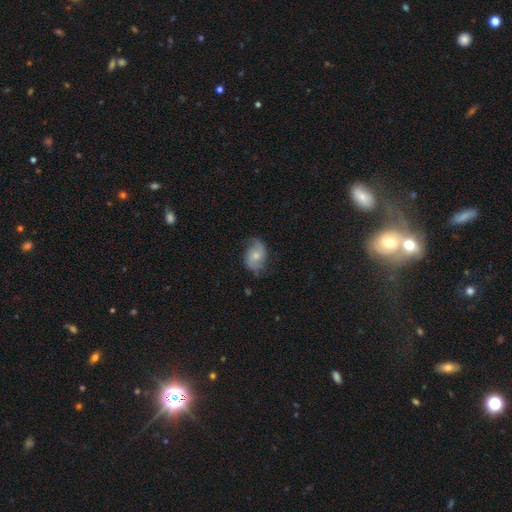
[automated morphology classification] smooth-or-featured: featured or disk: 60% | smooth: 33% | star or artifact: 7%
  disk-edge-on: no: 96% | yes: 4%
    bar: no: 65% | weak: 29% | strong: 5%
    has-spiral-arms: yes: 88% | no: 12%
      spiral-winding: loose: 42% | medium: 40% | tight: 17%
      spiral-arm-count: 2: 86% | can't tell: 8% | 1: 3% | 3: 2% | 4: 1% | more than 4: 1%
    bulge-size: moderate: 51% | small: 40% | large: 4% | none: 4% | dominant: 1%
  merging: none: 69% | minor disturbance: 23% | major disturbance: 8% | merger: 1%